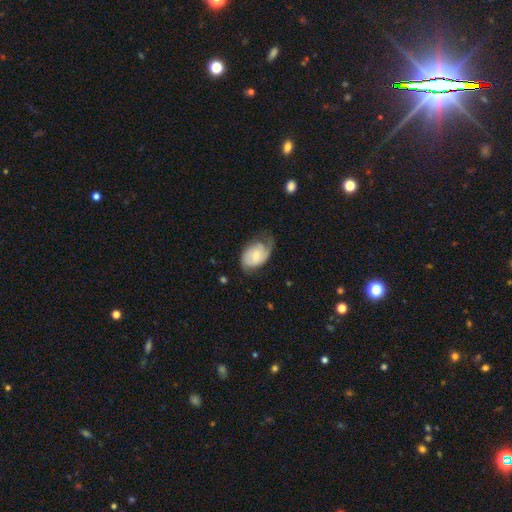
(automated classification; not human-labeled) A featured or disk galaxy (51%).

Vote fractions:
- Smooth or featured? featured or disk: 51% / smooth: 42% / star or artifact: 6%
- Edge-on disk? no: 96% / yes: 4%
- Merging? none: 42% / minor disturbance: 33% / major disturbance: 24% / merger: 2%